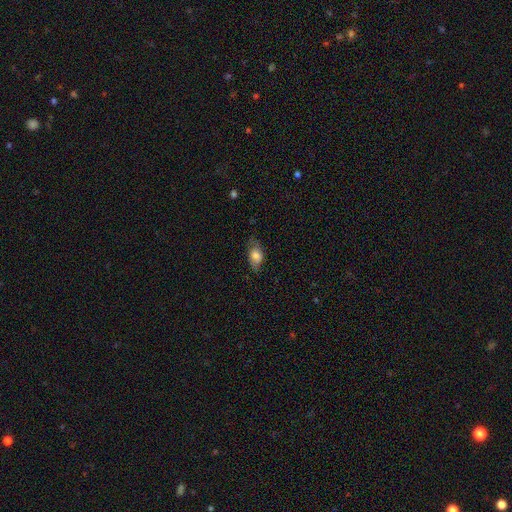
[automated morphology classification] The model was most divided on "merging": none: 66%, minor disturbance: 24%, major disturbance: 9%, merger: 1%. More confident: how rounded — in between (85%); smooth or featured — smooth (68%).